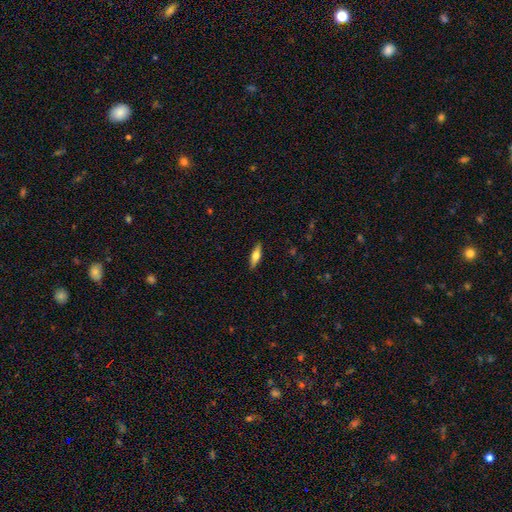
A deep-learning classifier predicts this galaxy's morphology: Smooth or featured?
  - smooth: 62% *
  - featured or disk: 31%
  - star or artifact: 6%
How rounded?
  - cigar-shaped: 49% * (tied)
  - in between: 49% * (tied)
  - round: 2%
Merging?
  - none: 88% *
  - minor disturbance: 9%
  - major disturbance: 2%
  - merger: 1%